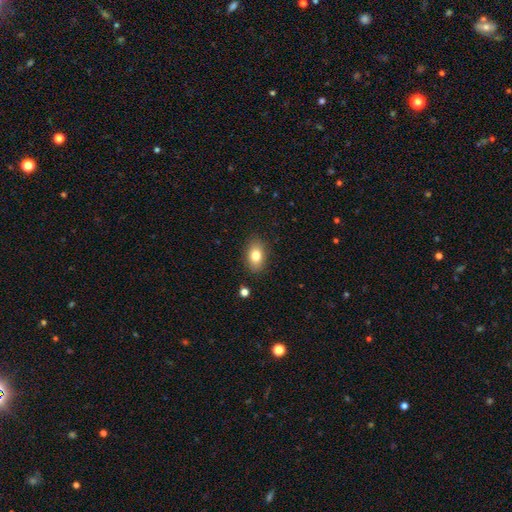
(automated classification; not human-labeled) smooth 81%, featured or disk 11%, star or artifact 8%. Down the decision tree: how rounded — in between (86%); merging — none (86%).